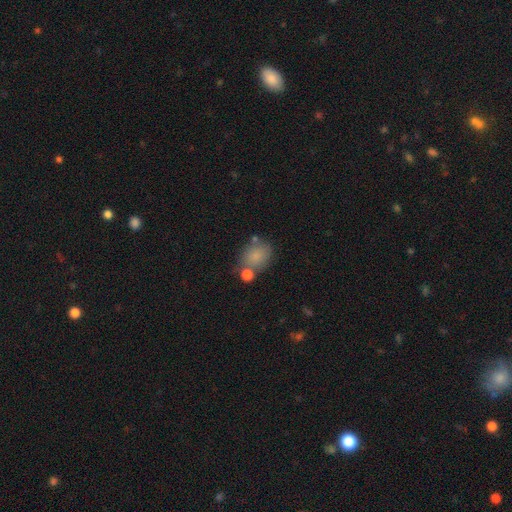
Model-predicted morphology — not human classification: Smooth or featured? smooth (82%)
How rounded? in between (54%)
Merging? none (60%)